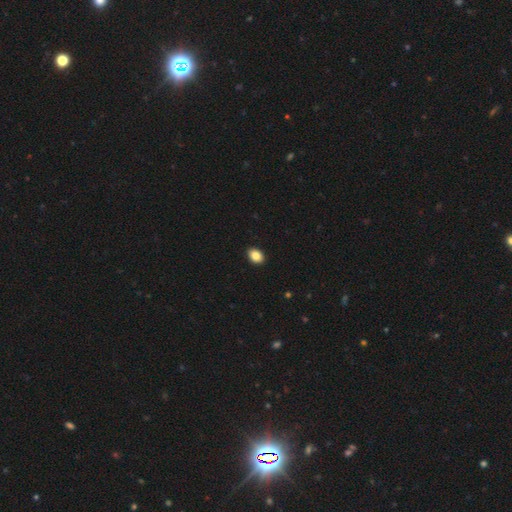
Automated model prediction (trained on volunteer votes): Smooth or featured?
  - smooth: 86% *
  - star or artifact: 9%
  - featured or disk: 5%
How rounded?
  - in between: 72% *
  - round: 27%
  - cigar-shaped: 1%
Merging?
  - none: 92% *
  - minor disturbance: 6%
  - major disturbance: 1%
  - merger: 1%